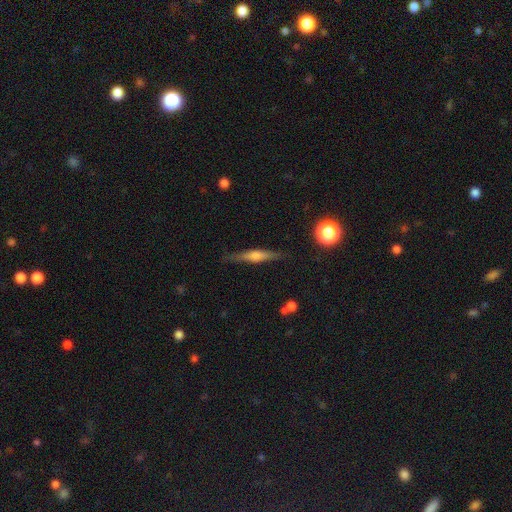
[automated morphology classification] This appears to be a featured or disk galaxy (62%) viewed edge-on (96%) with a rounded central bulge (81%). Merging: none (86%).